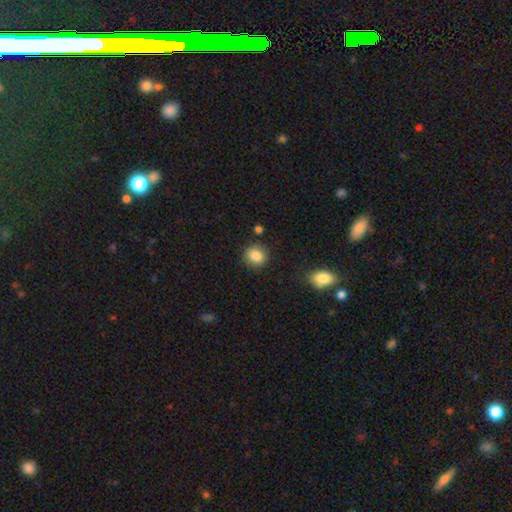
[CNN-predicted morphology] This is clearly a smooth galaxy (87%). How rounded: likely round (76%). Merging: clearly none (84%).